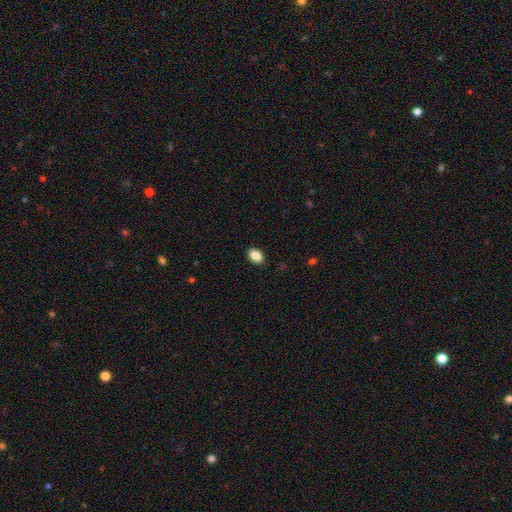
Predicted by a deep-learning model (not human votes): smooth_or_featured: smooth (p=0.88) [alt: star or artifact p=0.08]
how_rounded: in between (p=0.81) [alt: round p=0.18]
merging: none (p=0.89) [alt: minor disturbance p=0.08]